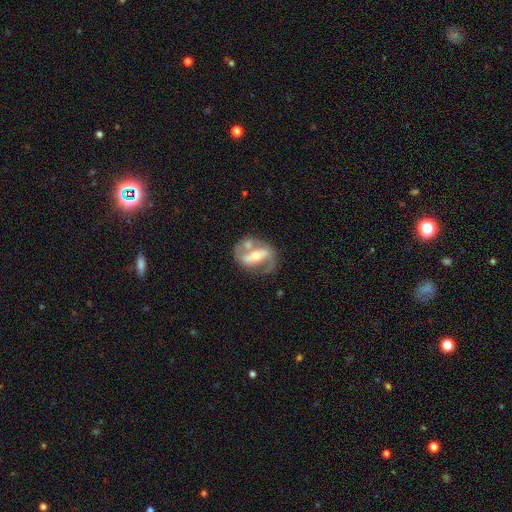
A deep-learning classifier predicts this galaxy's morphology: type=featured or disk (81%); edge-on=no (93%); bar=strong (61%); spiral arms=yes (79%); winding=medium (45%); arm count=2 (84%); bulge=moderate (62%); merging=none (58%).